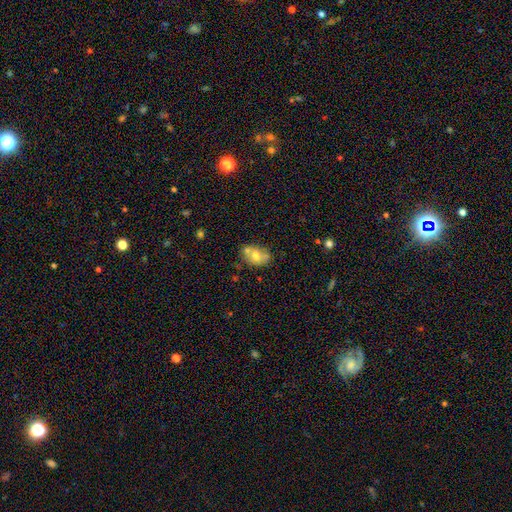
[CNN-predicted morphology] smooth-or-featured: smooth: 61% | featured or disk: 29% | star or artifact: 10%
  how-rounded: in between: 66% | round: 33% | cigar-shaped: 1%
  merging: none: 54% | merger: 22% | minor disturbance: 19% | major disturbance: 5%